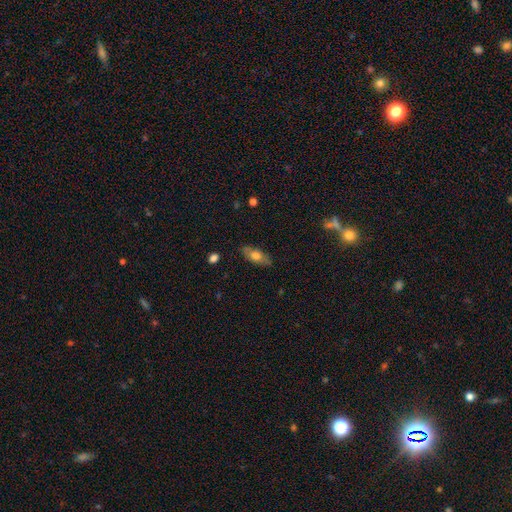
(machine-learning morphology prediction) Smooth or featured? Predicted: smooth (p=0.64). How rounded? Predicted: in between (p=0.78). Merging? Predicted: none (p=0.82).